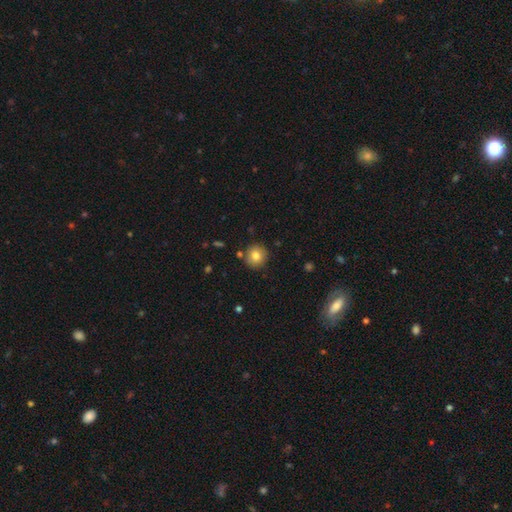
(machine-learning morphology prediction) A smooth galaxy with no disk features (79%) that is round (92%). Merging: none (87%).